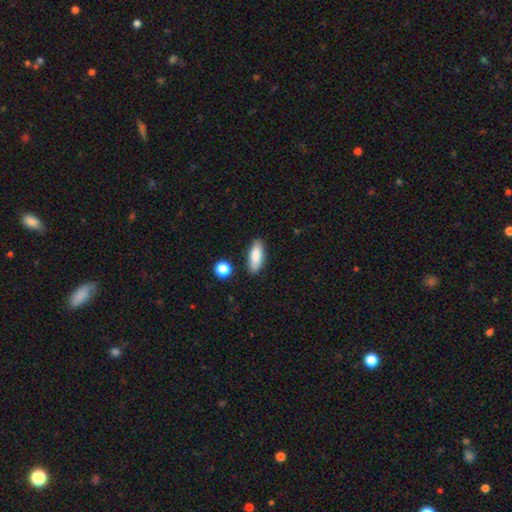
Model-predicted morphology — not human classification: The model was most divided on "how rounded": in between: 72%, cigar-shaped: 26%, round: 3%. More confident: merging — none (85%); smooth or featured — smooth (85%).